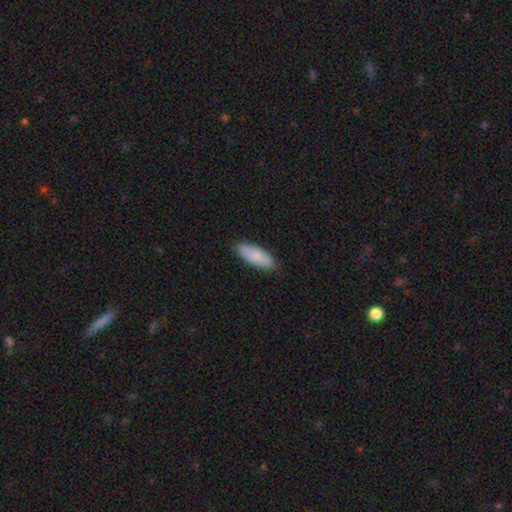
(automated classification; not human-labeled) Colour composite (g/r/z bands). It shows a smooth galaxy with no disk features (84%) that is in between round and cigar-shaped (71%). Merging: none (85%).